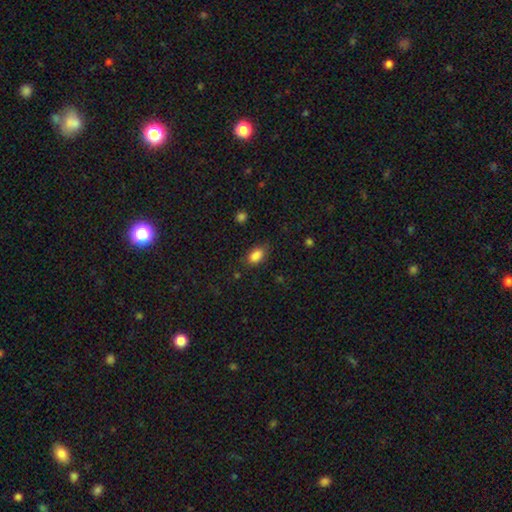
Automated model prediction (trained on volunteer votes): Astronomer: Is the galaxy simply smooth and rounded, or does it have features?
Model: smooth — 86%.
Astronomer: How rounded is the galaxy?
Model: in between — 89%.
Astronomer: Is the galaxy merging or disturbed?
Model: none — 76%.